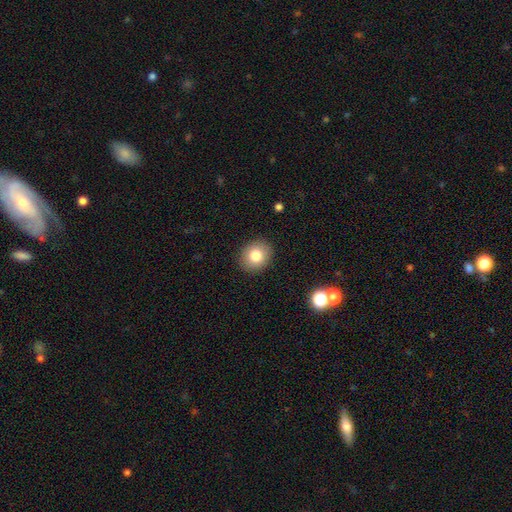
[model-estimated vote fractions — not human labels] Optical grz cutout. It shows a smooth galaxy with no disk features (81%) that is round (73%). Merging: none (90%).